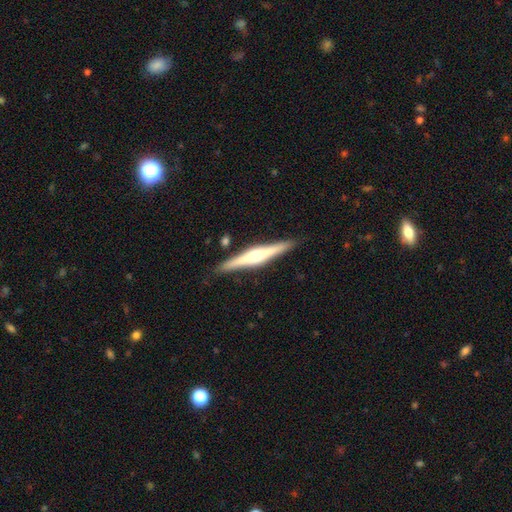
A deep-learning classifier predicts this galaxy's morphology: Smooth or featured: featured or disk — 72% (smooth — 23%)
Edge-on disk: yes — 98% (no — 2%)
Edge-on bulge: rounded — 83% (boxy — 12%)
Merging: none — 88% (minor disturbance — 8%)